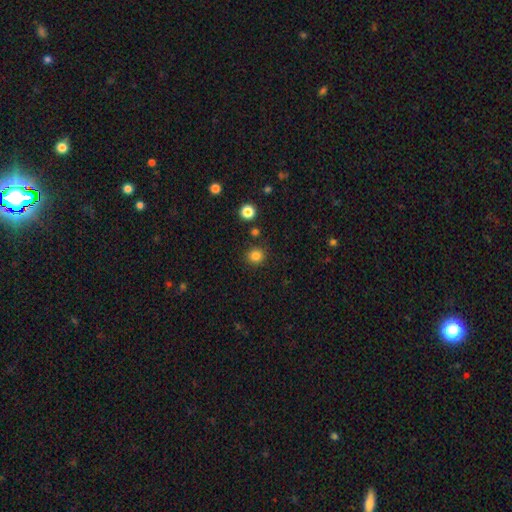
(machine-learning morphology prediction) Q: Smooth or featured?
A: smooth (84%); runner-up: star or artifact (12%)
Q: How rounded?
A: round (92%); runner-up: in between (7%)
Q: Merging?
A: none (89%); runner-up: minor disturbance (6%)